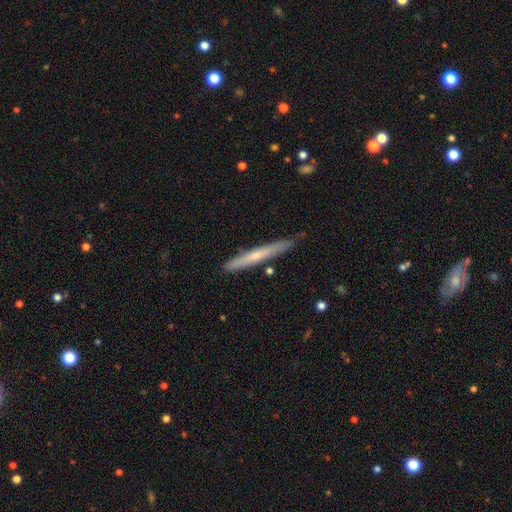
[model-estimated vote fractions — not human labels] Q: Smooth or featured?
A: smooth (52%); runner-up: featured or disk (42%)
Q: How rounded?
A: cigar-shaped (97%); runner-up: in between (2%)
Q: Merging?
A: none (83%); runner-up: minor disturbance (13%)